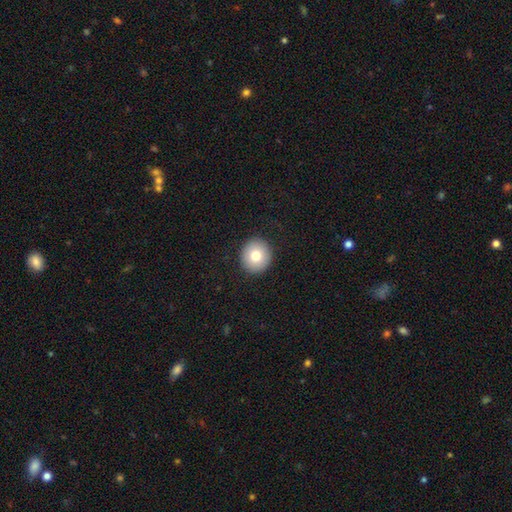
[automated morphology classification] Overall: smooth (77%). How rounded: round (91%). Merging: none (91%).